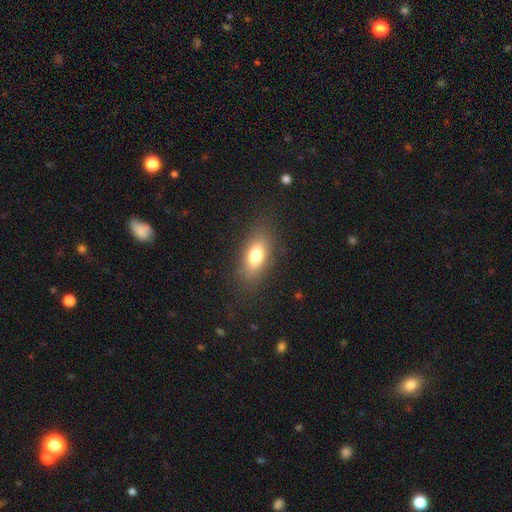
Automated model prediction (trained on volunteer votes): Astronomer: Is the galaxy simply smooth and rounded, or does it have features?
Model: smooth — 75%.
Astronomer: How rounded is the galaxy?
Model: in between — 81%.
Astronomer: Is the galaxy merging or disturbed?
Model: none — 83%.